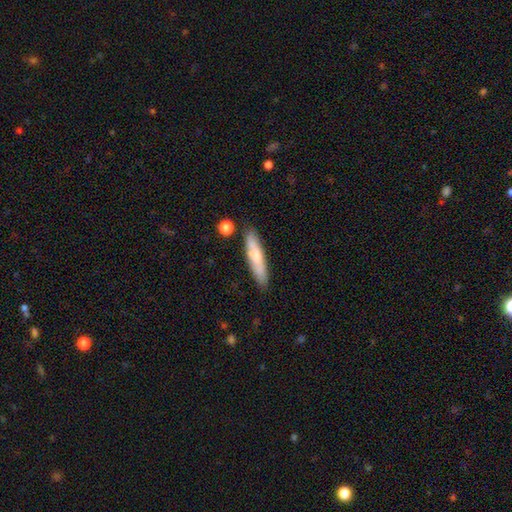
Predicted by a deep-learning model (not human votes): Q: Smooth or featured?
A: smooth (69%); runner-up: featured or disk (24%)
Q: How rounded?
A: cigar-shaped (85%); runner-up: in between (14%)
Q: Merging?
A: none (84%); runner-up: minor disturbance (10%)